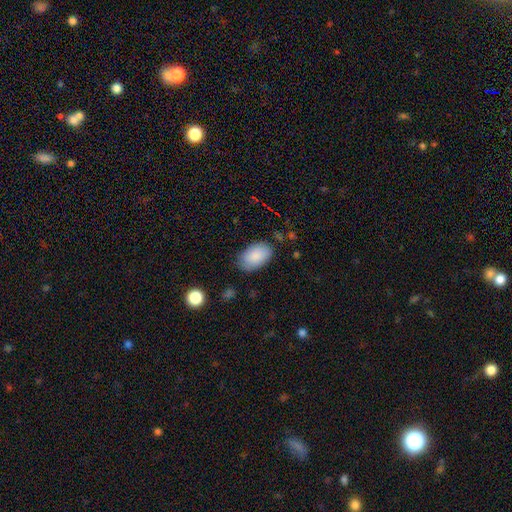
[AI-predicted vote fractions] Q: Smooth or featured?
A: smooth (87%); runner-up: featured or disk (6%)
Q: How rounded?
A: in between (94%); runner-up: round (5%)
Q: Merging?
A: none (80%); runner-up: minor disturbance (16%)